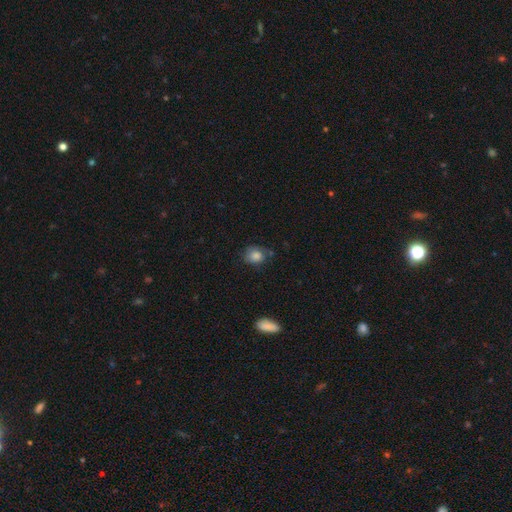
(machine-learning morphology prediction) Smooth or featured?
  - smooth: 83% *
  - star or artifact: 9%
  - featured or disk: 8%
How rounded?
  - round: 55% *
  - in between: 44%
  - cigar-shaped: 1%
Merging?
  - none: 62% *
  - minor disturbance: 27%
  - major disturbance: 7%
  - merger: 4%